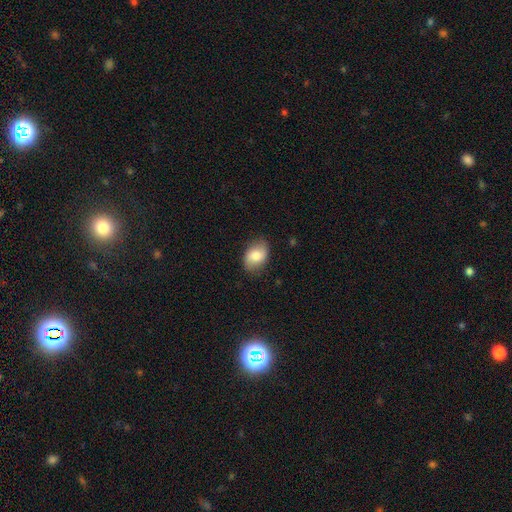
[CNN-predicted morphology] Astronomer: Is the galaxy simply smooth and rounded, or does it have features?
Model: smooth — 75%.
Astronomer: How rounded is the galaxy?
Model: in between — 79%.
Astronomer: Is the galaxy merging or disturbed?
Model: none — 81%.